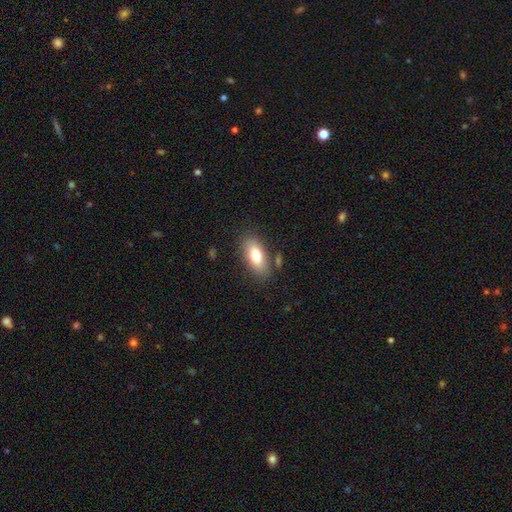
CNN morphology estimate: smooth-or-featured: smooth: 77% | featured or disk: 15% | star or artifact: 7%
  how-rounded: in between: 86% | cigar-shaped: 11% | round: 4%
  merging: none: 78% | minor disturbance: 13% | merger: 5% | major disturbance: 4%